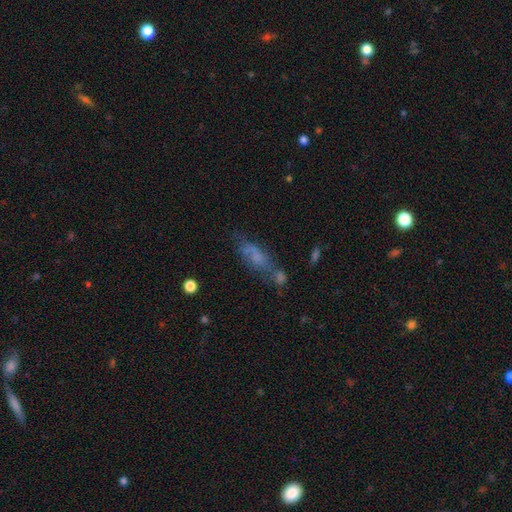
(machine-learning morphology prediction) smooth-or-featured: smooth: 49% | featured or disk: 36% | star or artifact: 15%
  merging: none: 38% | merger: 24% | minor disturbance: 21% | major disturbance: 17%